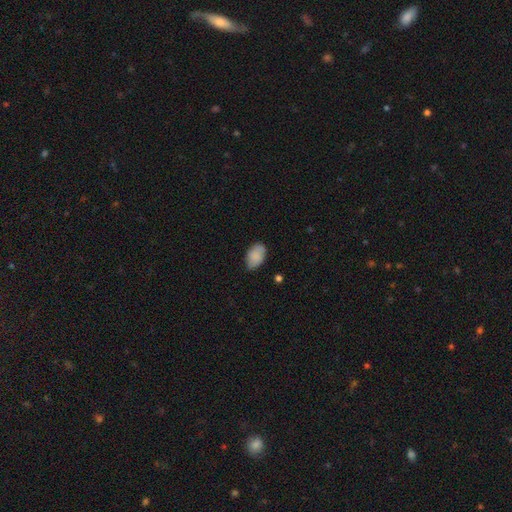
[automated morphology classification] This appears to be a smooth galaxy with no disk features (87%) that is in between round and cigar-shaped (91%). Merging: none (75%).